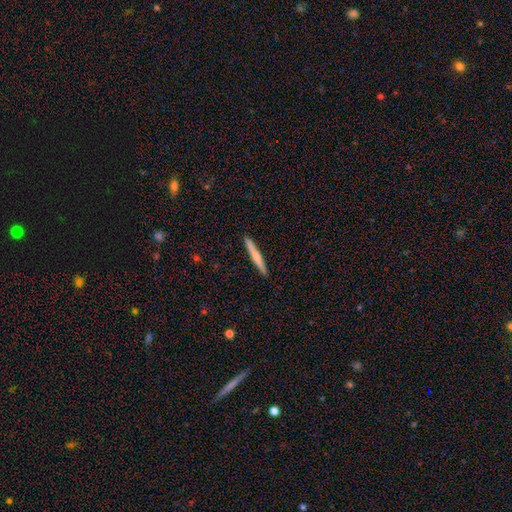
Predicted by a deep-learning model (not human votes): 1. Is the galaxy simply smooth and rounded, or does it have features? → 61% smooth, 34% featured or disk, 5% star or artifact.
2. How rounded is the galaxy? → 96% cigar-shaped, 2% in between, 1% round.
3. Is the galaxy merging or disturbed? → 92% none, 5% minor disturbance, 1% major disturbance, 1% merger.